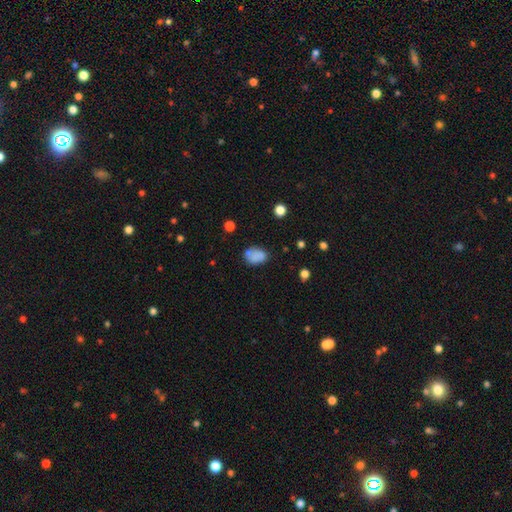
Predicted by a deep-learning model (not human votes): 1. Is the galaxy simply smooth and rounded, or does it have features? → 78% smooth, 12% featured or disk, 10% star or artifact.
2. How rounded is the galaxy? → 78% in between, 21% round, 1% cigar-shaped.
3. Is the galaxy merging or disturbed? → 59% none, 22% minor disturbance, 12% merger, 8% major disturbance.